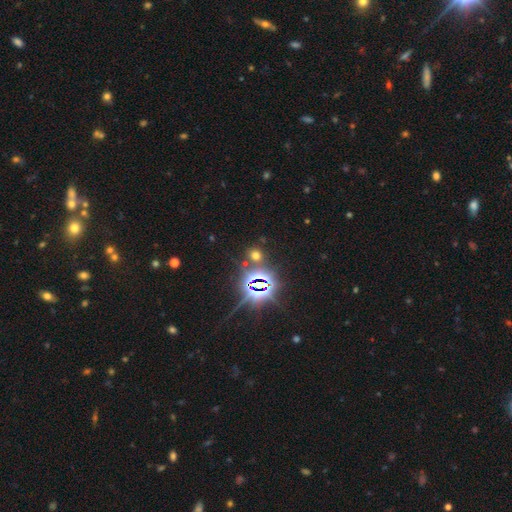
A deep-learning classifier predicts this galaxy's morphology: A star or artifact, not a galaxy (50%).